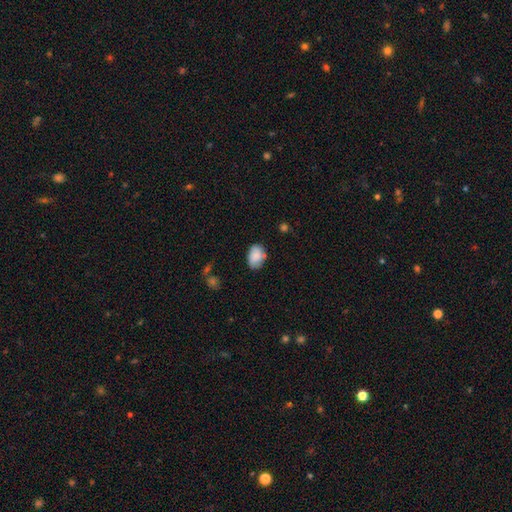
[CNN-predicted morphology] The model was most divided on "merging": none: 69%, minor disturbance: 22%, major disturbance: 5%, merger: 4%. More confident: smooth or featured — smooth (85%); how rounded — in between (83%).